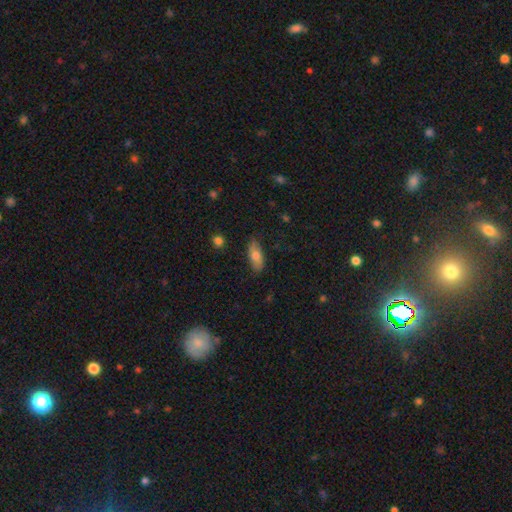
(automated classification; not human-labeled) The model was most divided on "smooth or featured": smooth: 74%, featured or disk: 20%, star or artifact: 7%. More confident: merging — none (82%); how rounded — in between (78%).